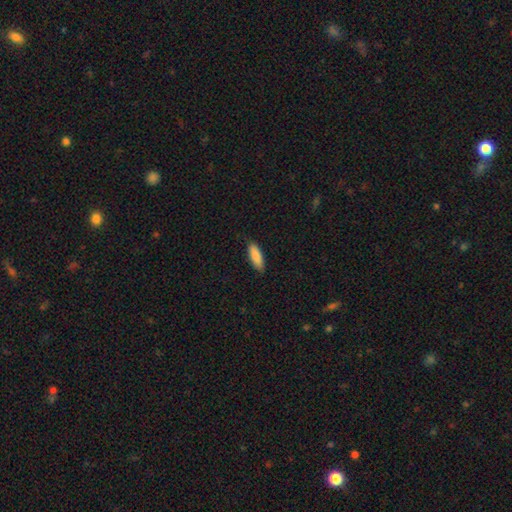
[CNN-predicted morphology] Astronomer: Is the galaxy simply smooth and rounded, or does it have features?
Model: smooth — 87%.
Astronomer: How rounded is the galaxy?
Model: in between — 56% (runner-up: cigar-shaped, 43%).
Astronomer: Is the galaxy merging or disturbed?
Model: none — 88%.